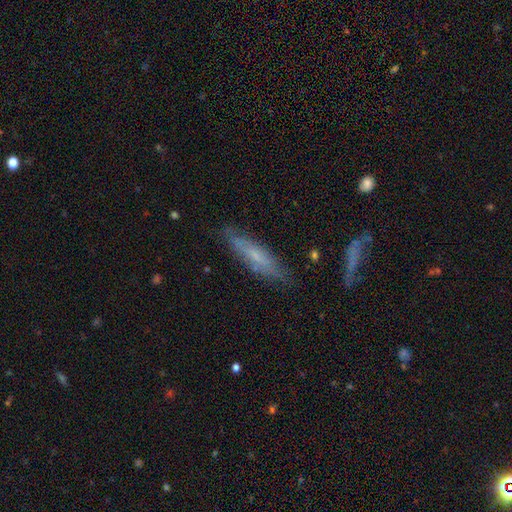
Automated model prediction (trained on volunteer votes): Q: Smooth or featured?
A: smooth (50%); runner-up: featured or disk (42%)
Q: How rounded?
A: cigar-shaped (77%); runner-up: in between (21%)
Q: Merging?
A: none (77%); runner-up: minor disturbance (16%)